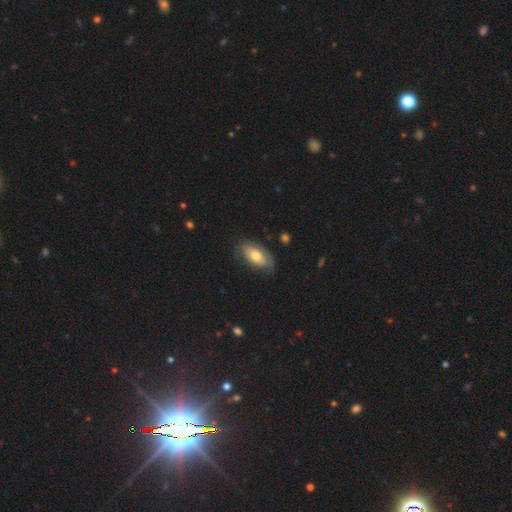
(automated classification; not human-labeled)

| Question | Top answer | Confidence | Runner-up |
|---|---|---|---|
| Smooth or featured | smooth | 62% | featured or disk (32%) |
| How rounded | in between | 91% | cigar-shaped (6%) |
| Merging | none | 72% | minor disturbance (21%) |